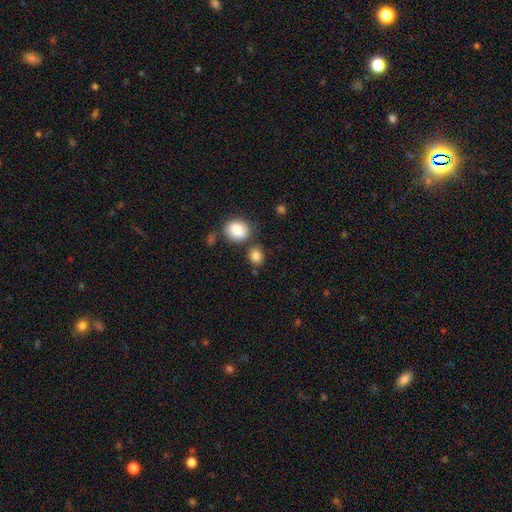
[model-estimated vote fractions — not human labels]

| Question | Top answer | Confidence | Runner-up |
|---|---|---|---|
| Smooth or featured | smooth | 85% | star or artifact (9%) |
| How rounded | round | 67% | in between (32%) |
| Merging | none | 70% | merger (13%) |